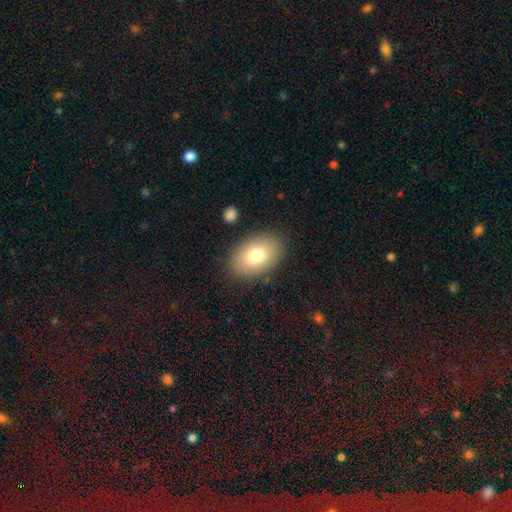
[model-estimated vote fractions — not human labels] This is likely a smooth galaxy (79%). How rounded: clearly in between (89%). Merging: clearly none (87%).